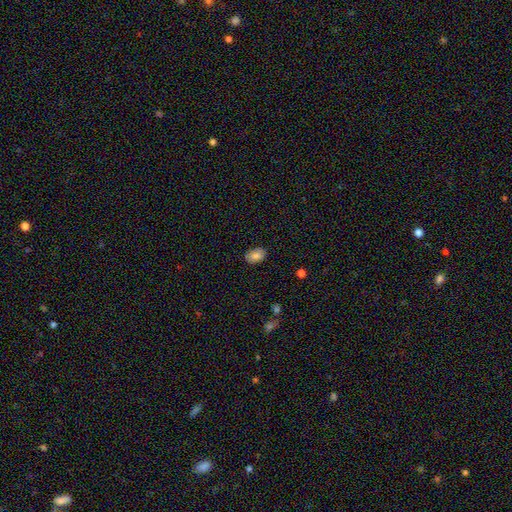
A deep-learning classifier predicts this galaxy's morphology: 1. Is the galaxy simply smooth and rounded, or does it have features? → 80% smooth, 12% featured or disk, 8% star or artifact.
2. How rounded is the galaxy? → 86% in between, 13% round, 1% cigar-shaped.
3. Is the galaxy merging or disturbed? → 85% none, 12% minor disturbance, 2% major disturbance, 1% merger.